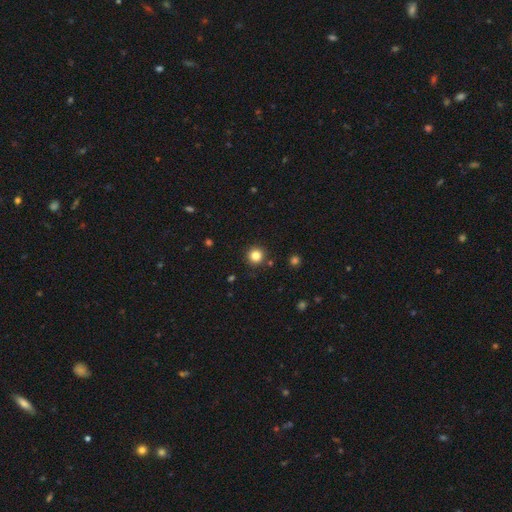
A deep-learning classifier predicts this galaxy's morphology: smooth_or_featured: smooth (p=0.82) [alt: star or artifact p=0.13]
how_rounded: round (p=0.96) [alt: in between p=0.03]
merging: none (p=0.92) [alt: minor disturbance p=0.05]